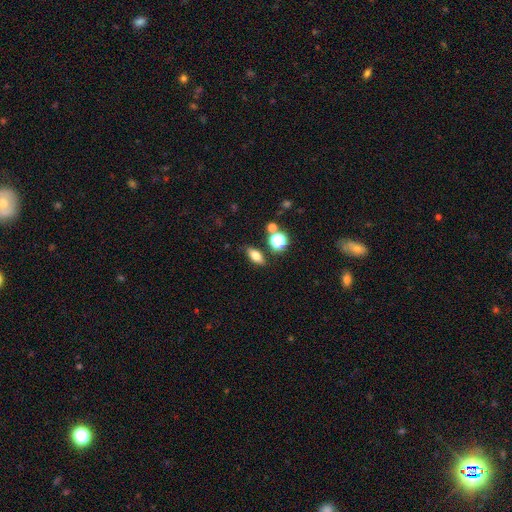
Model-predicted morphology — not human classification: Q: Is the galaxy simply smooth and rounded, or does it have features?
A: smooth — 72%.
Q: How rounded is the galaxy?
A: in between — 72%.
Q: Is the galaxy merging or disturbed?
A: none — 79%.